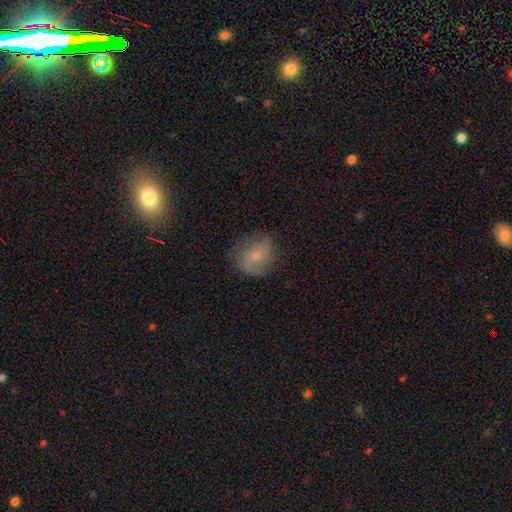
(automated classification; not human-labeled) A smooth galaxy with no disk features (53%) that is round (68%).

Vote fractions:
- Smooth or featured? smooth: 53% / featured or disk: 38% / star or artifact: 9%
- How rounded? round: 68% / in between: 31% / cigar-shaped: 1%
- Merging? none: 67% / minor disturbance: 23% / major disturbance: 9% / merger: 1%